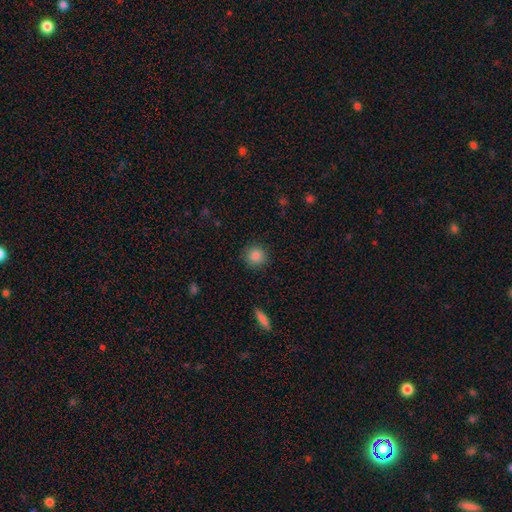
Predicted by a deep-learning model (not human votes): smooth-or-featured: smooth: 86% | star or artifact: 10% | featured or disk: 4%
  how-rounded: round: 92% | in between: 7% | cigar-shaped: 1%
  merging: none: 90% | minor disturbance: 7% | major disturbance: 2% | merger: 1%